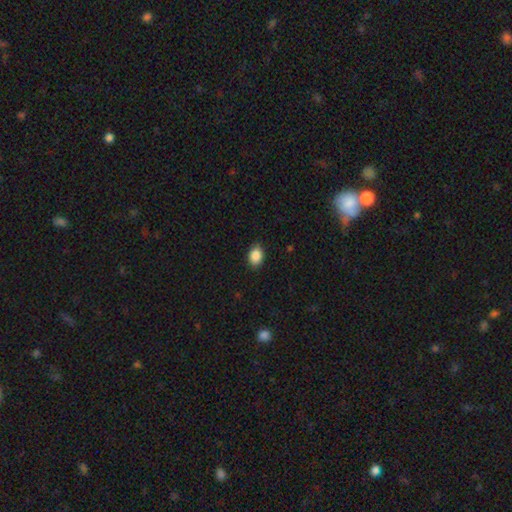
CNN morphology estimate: A smooth galaxy with no disk features (88%) that is in between round and cigar-shaped (77%). Merging: none (87%).